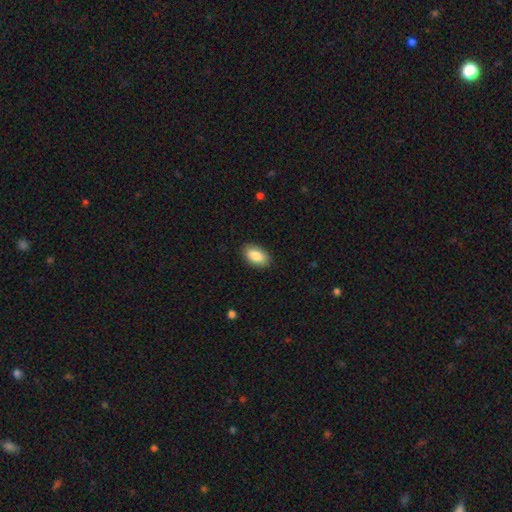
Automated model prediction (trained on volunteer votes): Q: Smooth or featured?
A: smooth (87%); runner-up: featured or disk (7%)
Q: How rounded?
A: in between (93%); runner-up: round (5%)
Q: Merging?
A: none (87%); runner-up: minor disturbance (10%)